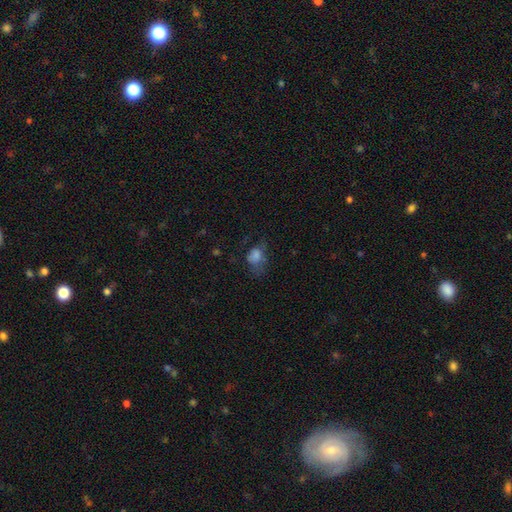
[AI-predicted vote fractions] Smooth or featured: smooth — 71% (featured or disk — 15%)
How rounded: in between — 64% (round — 35%)
Merging: major disturbance — 37% (none — 34%)